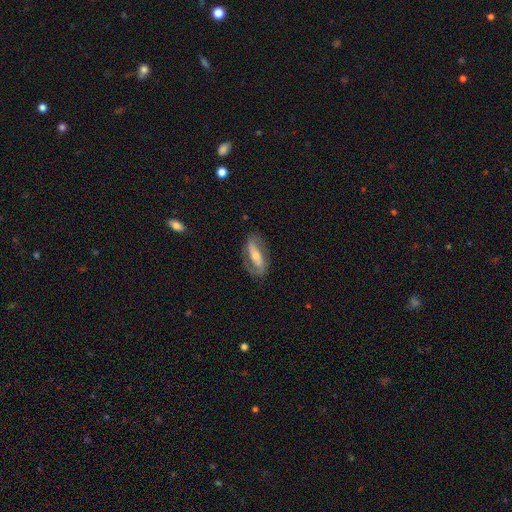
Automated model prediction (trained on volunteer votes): Smooth or featured?
  - featured or disk: 74% *
  - smooth: 20%
  - star or artifact: 6%
Edge-on disk?
  - no: 89% *
  - yes: 11%
Bar?
  - strong: 49% *
  - weak: 28%
  - no: 23%
Spiral arms?
  - yes: 83% *
  - no: 17%
Spiral winding?
  - medium: 41% *
  - tight: 31%
  - loose: 28%
Spiral arm count?
  - 2: 82% *
  - can't tell: 9%
  - 1: 6%
  - 3: 1%
  - 4: 1%
  - more than 4: 1%
Bulge size?
  - moderate: 52% *
  - small: 41%
  - large: 4%
  - none: 2%
  - dominant: 1%
Merging?
  - none: 77% *
  - minor disturbance: 15%
  - major disturbance: 7%
  - merger: 1%